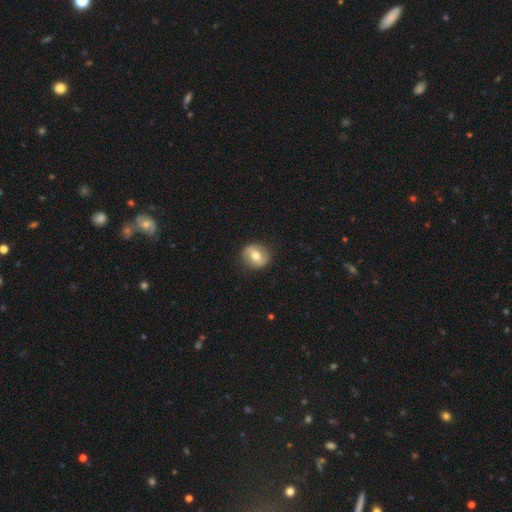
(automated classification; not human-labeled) Overall: smooth (48%; featured or disk 45%). Merging: none (87%).